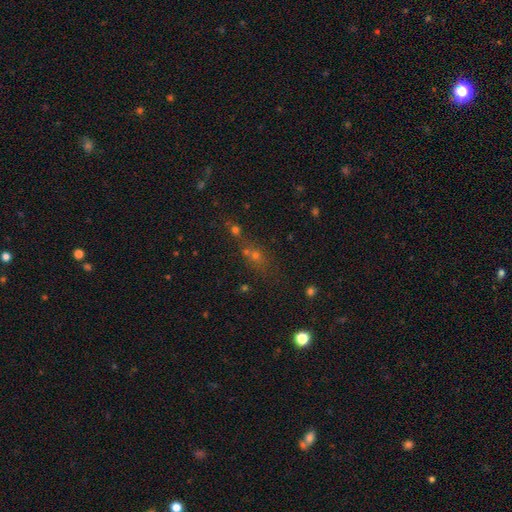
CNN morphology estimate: This is possibly a smooth galaxy (47%). Merging: marginally merger (42%).